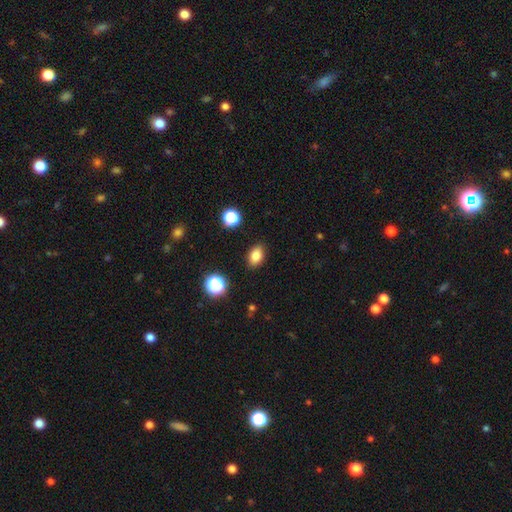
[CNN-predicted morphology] smooth-or-featured: smooth: 83% | star or artifact: 11% | featured or disk: 6%
  how-rounded: in between: 81% | round: 17% | cigar-shaped: 1%
  merging: none: 87% | minor disturbance: 9% | major disturbance: 2% | merger: 1%